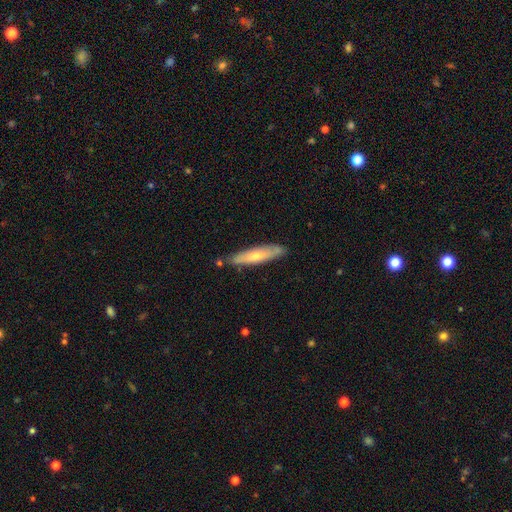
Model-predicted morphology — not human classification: Smooth or featured? smooth (55%)
How rounded? cigar-shaped (84%)
Merging? none (79%)